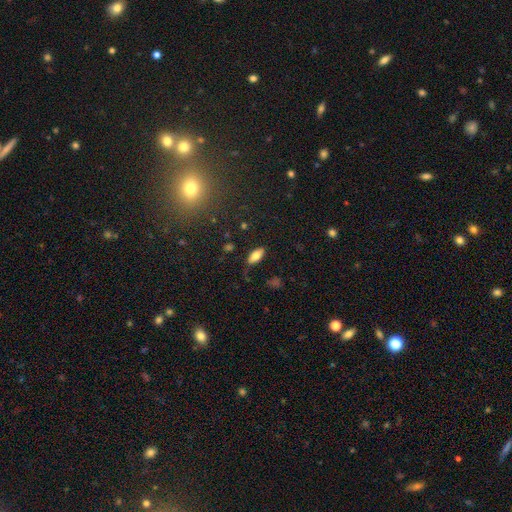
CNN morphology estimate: A smooth galaxy with no disk features (79%) that is in between round and cigar-shaped (88%). Merging: none (78%).